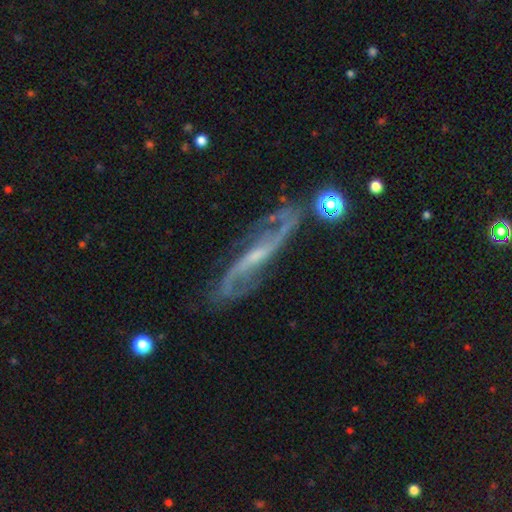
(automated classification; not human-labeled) featured or disk 88%, star or artifact 6%, smooth 6%. Down the decision tree: edge-on disk — no (83%); bar — weak (45%); spiral arms — yes (97%); spiral arm count — 2 (89%); spiral winding — loose (54%); bulge size — small (63%); merging — none (70%).